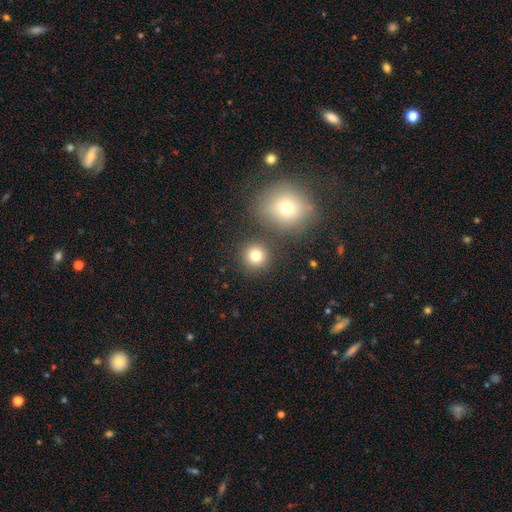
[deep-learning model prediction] A smooth galaxy with no disk features (79%) that is round (92%). Merging: none (82%).